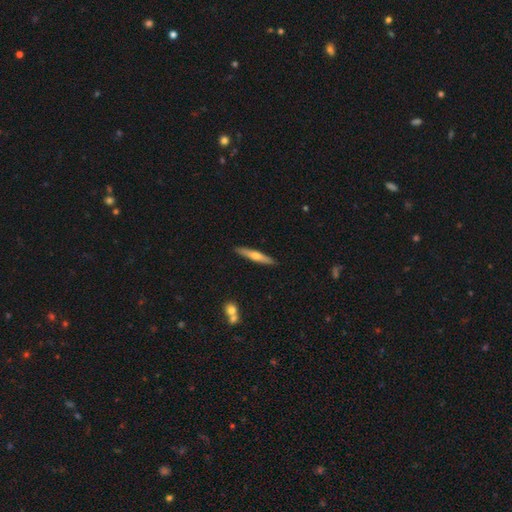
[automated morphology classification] Smooth or featured?
  - smooth: 52% *
  - featured or disk: 42%
  - star or artifact: 6%
How rounded?
  - cigar-shaped: 91% *
  - in between: 7%
  - round: 2%
Merging?
  - none: 90% *
  - minor disturbance: 7%
  - merger: 2%
  - major disturbance: 1%